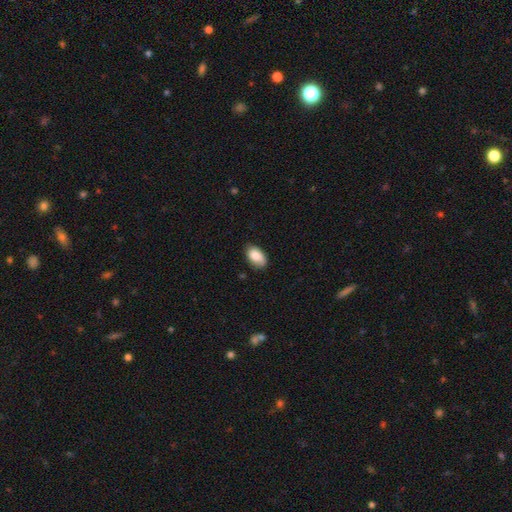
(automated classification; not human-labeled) This appears to be a smooth galaxy with no disk features (85%) that is in between round and cigar-shaped (93%). Merging: none (76%).